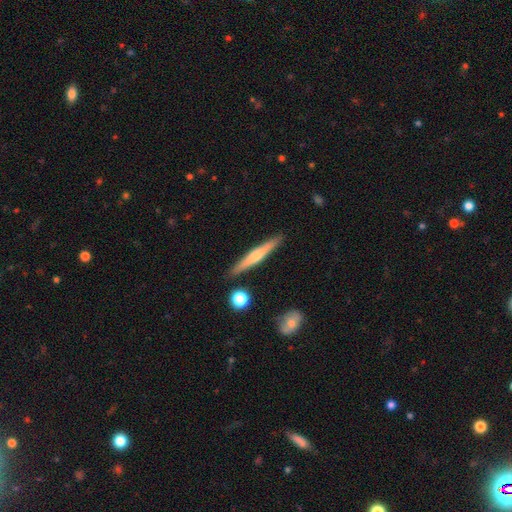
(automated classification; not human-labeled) Overall: featured or disk (48%; smooth 46%). Merging: none (89%).